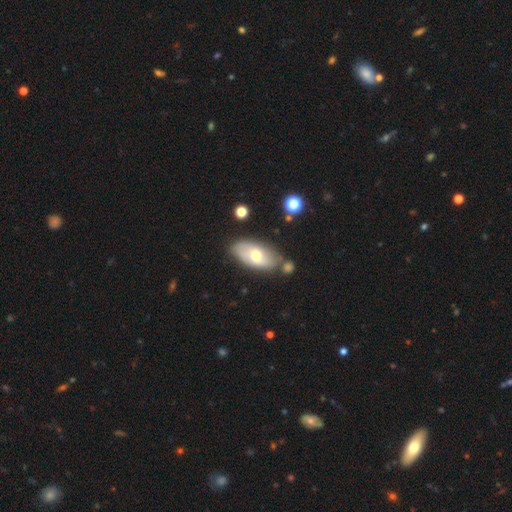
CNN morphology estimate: A smooth galaxy with no disk features (61%) that is in between round and cigar-shaped (92%).

Vote fractions:
- Smooth or featured? smooth: 61% / featured or disk: 32% / star or artifact: 7%
- How rounded? in between: 92% / cigar-shaped: 4% / round: 4%
- Merging? none: 68% / minor disturbance: 17% / merger: 10% / major disturbance: 4%